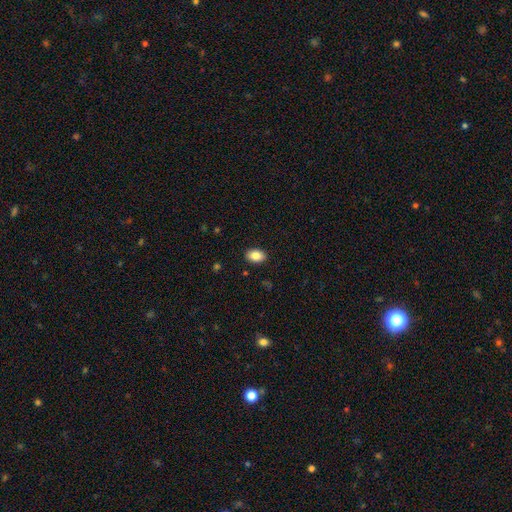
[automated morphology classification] type=smooth (84%); roundness=in between (89%); merging=none (90%).